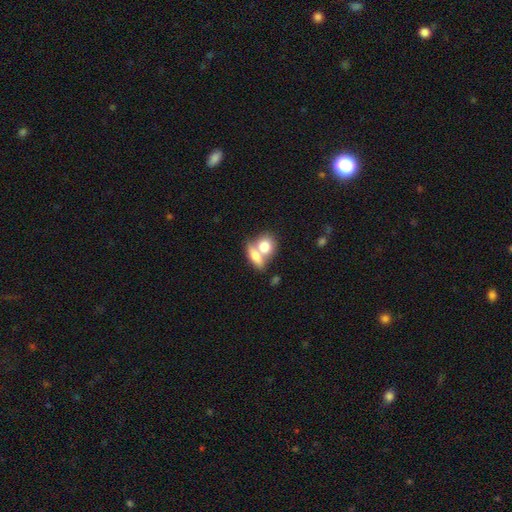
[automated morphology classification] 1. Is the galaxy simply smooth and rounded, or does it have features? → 73% smooth, 21% featured or disk, 6% star or artifact.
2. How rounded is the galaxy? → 64% in between, 26% round, 10% cigar-shaped.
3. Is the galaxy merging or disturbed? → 63% merger, 27% none, 7% minor disturbance, 4% major disturbance.